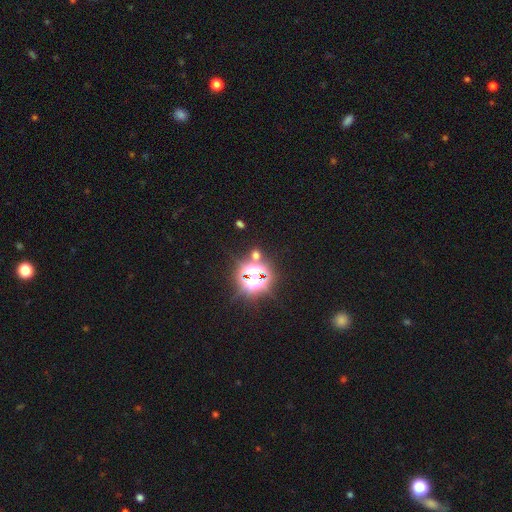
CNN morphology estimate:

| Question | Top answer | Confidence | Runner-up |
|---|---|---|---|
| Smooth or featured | star or artifact | 74% | smooth (17%) |